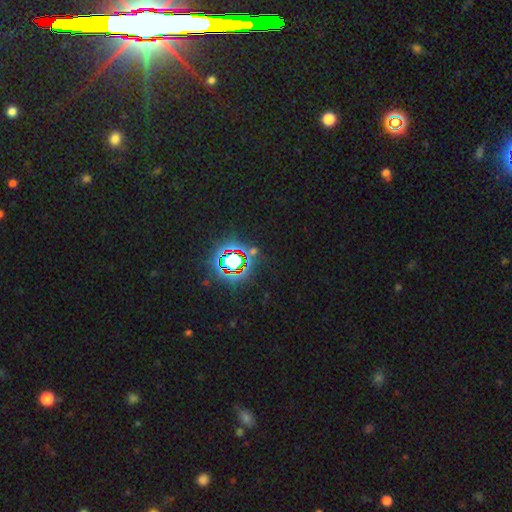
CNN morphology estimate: Overall: star or artifact (81%).